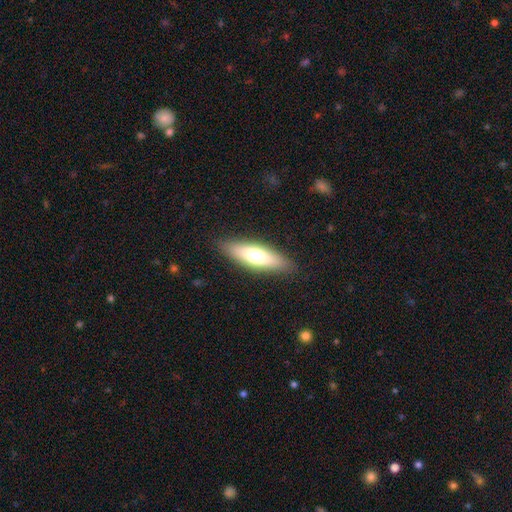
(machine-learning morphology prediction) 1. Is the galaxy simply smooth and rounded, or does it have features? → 62% smooth, 32% featured or disk, 6% star or artifact.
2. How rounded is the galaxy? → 51% cigar-shaped, 47% in between, 2% round.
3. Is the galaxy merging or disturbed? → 87% none, 9% minor disturbance, 2% major disturbance, 1% merger.